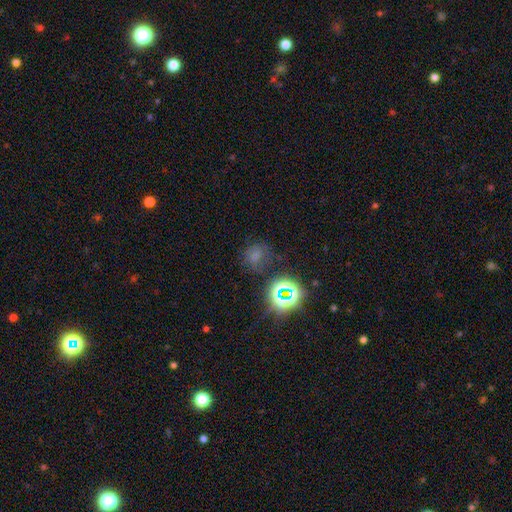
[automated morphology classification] smooth 56%, star or artifact 34%, featured or disk 10%. Down the decision tree: how rounded — round (70%); merging — none (66%).